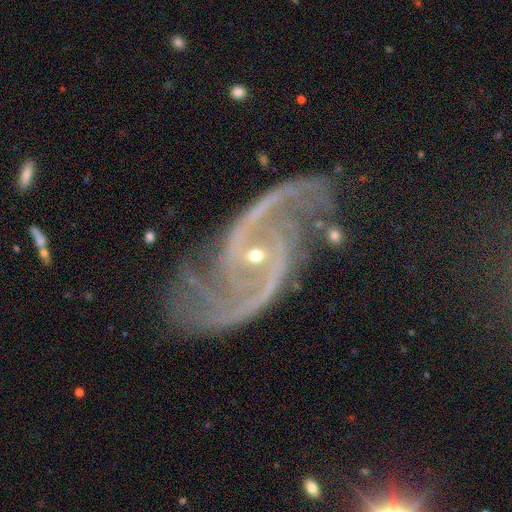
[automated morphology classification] A featured or disk galaxy (93%) with no bar (48%), 2 (78%) medium (50%) spiral arms (98%) and a small central bulge (75%). Merging: none (63%).